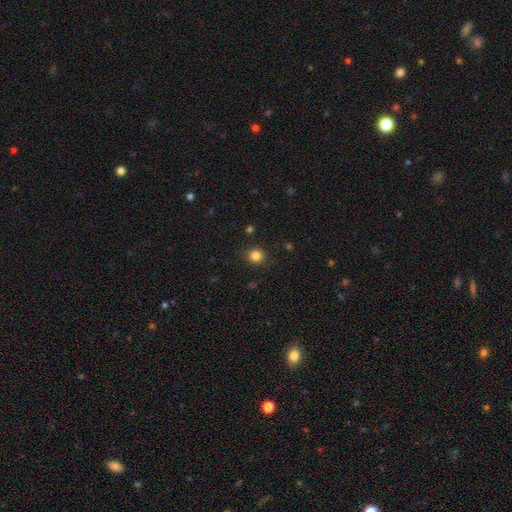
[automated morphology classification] type=smooth (83%); roundness=round (85%); merging=none (88%).